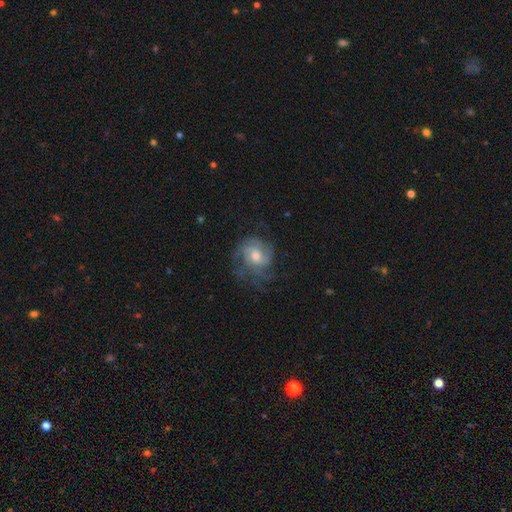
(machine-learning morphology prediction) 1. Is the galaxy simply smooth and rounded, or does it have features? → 75% featured or disk, 17% smooth, 8% star or artifact.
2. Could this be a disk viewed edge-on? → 97% no, 3% yes.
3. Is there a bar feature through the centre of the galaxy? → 69% no, 27% weak, 4% strong.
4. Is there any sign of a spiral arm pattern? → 91% yes, 9% no.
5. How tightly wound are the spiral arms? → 52% tight, 35% medium, 12% loose.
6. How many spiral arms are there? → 36% can't tell, 25% 3, 18% 2, 10% 4, 6% 1, 5% more than 4.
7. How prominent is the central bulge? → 69% moderate, 21% small, 8% large, 1% none, 1% dominant.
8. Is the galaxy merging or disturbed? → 62% none, 20% minor disturbance, 16% major disturbance, 1% merger.